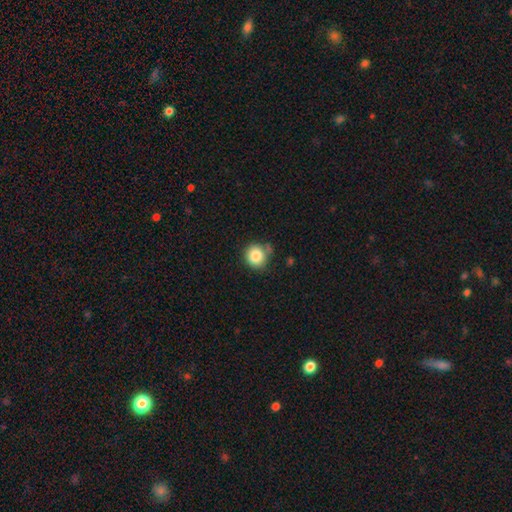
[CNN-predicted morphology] Smooth or featured? smooth (85%)
How rounded? round (90%)
Merging? none (69%)